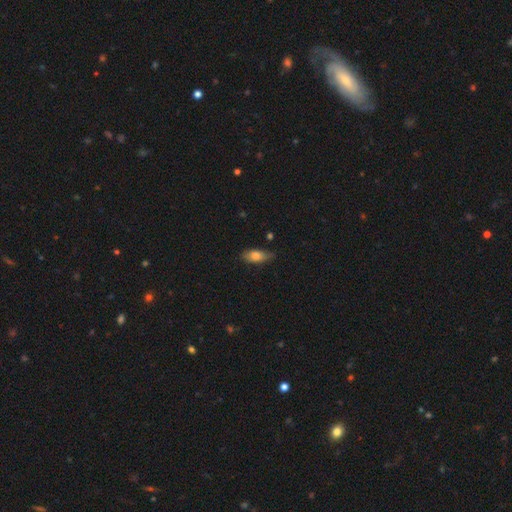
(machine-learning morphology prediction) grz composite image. It shows a smooth galaxy with no disk features (77%) that is in between round and cigar-shaped (81%). Merging: none (73%).